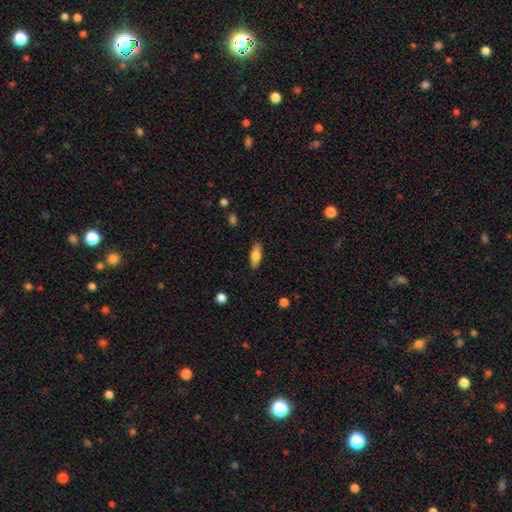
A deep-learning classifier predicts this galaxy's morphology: The model was most divided on "how rounded": in between: 74%, cigar-shaped: 23%, round: 3%. More confident: merging — none (86%); smooth or featured — smooth (75%).